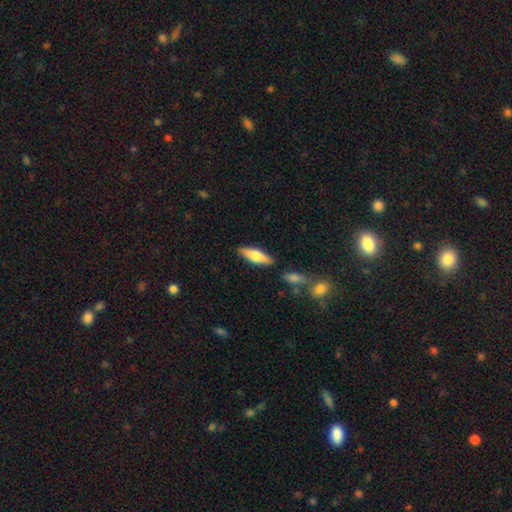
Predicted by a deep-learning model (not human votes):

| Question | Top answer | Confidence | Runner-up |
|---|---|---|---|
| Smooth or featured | smooth | 54% | featured or disk (39%) |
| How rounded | in between | 52% | cigar-shaped (46%) |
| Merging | none | 83% | minor disturbance (10%) |